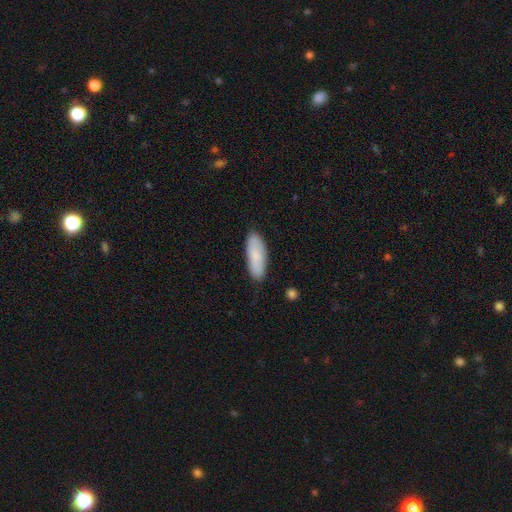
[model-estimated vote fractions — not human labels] Overall: smooth (83%). How rounded: in between (67%; cigar-shaped 31%). Merging: none (85%).